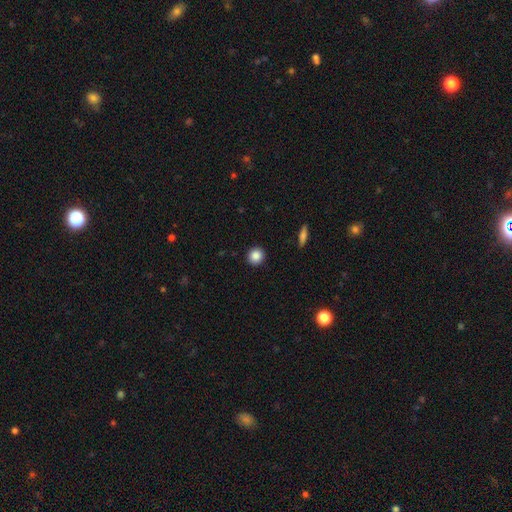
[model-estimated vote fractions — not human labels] Overall: smooth (87%). How rounded: round (91%). Merging: none (92%).